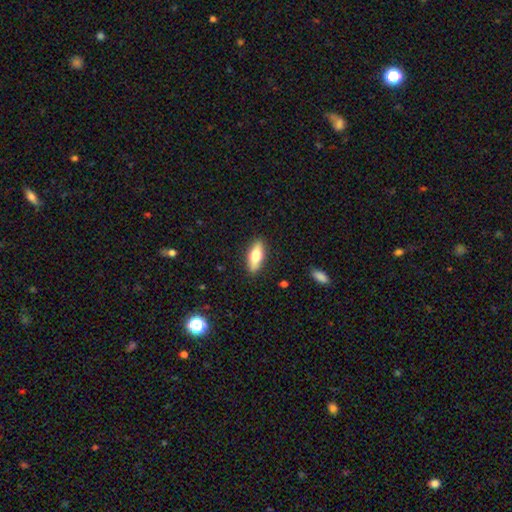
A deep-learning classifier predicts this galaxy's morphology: smooth-or-featured: smooth: 65% | featured or disk: 29% | star or artifact: 6%
  how-rounded: in between: 65% | cigar-shaped: 32% | round: 3%
  merging: none: 88% | minor disturbance: 9% | major disturbance: 2% | merger: 1%